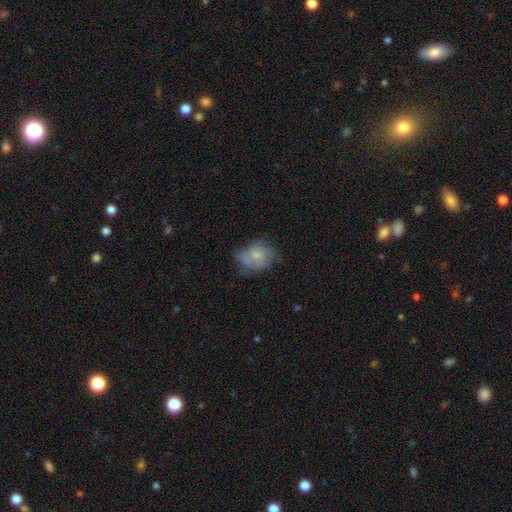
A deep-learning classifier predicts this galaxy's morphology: type=smooth (61%); roundness=in between (55%); merging=none (49%).